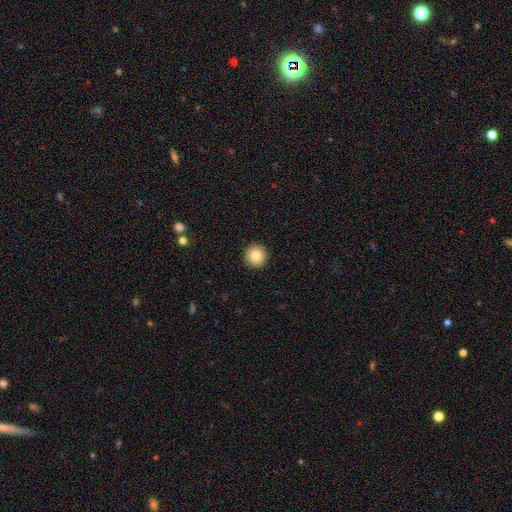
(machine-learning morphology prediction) Smooth or featured? smooth (82%)
How rounded? round (96%)
Merging? none (94%)